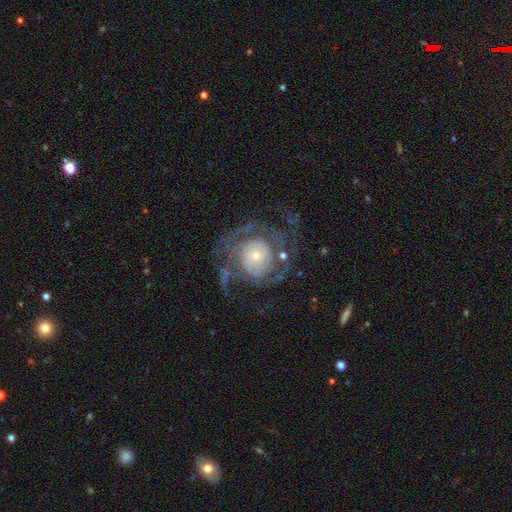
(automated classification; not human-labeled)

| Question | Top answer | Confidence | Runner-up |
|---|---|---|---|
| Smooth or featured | featured or disk | 83% | smooth (11%) |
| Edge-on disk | no | 98% | yes (2%) |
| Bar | no | 78% | weak (18%) |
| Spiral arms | yes | 91% | no (9%) |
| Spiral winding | tight | 56% | medium (29%) |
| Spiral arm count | can't tell | 31% | 2 (30%) |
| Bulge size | small | 60% | moderate (29%) |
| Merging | none | 57% | major disturbance (25%) |